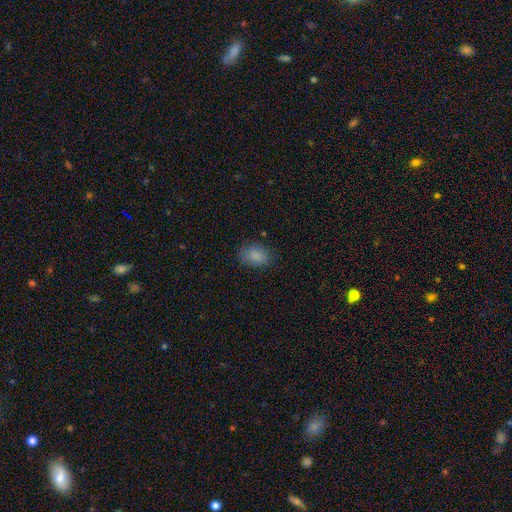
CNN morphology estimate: smooth-or-featured: smooth: 86% | star or artifact: 9% | featured or disk: 5%
  how-rounded: in between: 68% | round: 31% | cigar-shaped: 1%
  merging: none: 79% | minor disturbance: 15% | major disturbance: 4% | merger: 1%